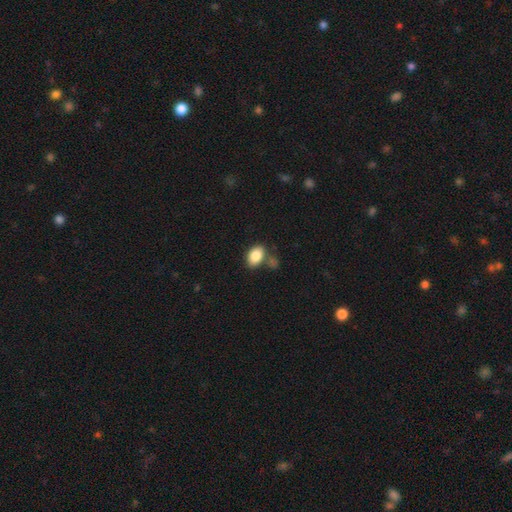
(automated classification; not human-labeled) The model was most divided on "merging": none: 64%, merger: 16%, minor disturbance: 15%, major disturbance: 5%. More confident: how rounded — in between (88%); smooth or featured — smooth (85%).